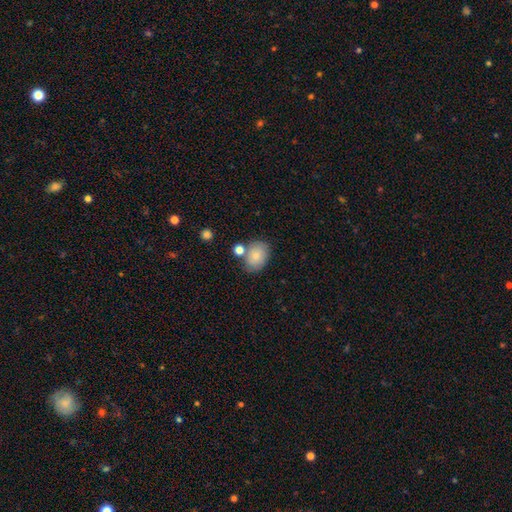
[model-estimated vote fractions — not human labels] A smooth galaxy with no disk features (78%) that is in between round and cigar-shaped (67%).

Vote fractions:
- Smooth or featured? smooth: 78% / featured or disk: 14% / star or artifact: 8%
- How rounded? in between: 67% / round: 32% / cigar-shaped: 1%
- Merging? none: 63% / minor disturbance: 17% / merger: 16% / major disturbance: 5%